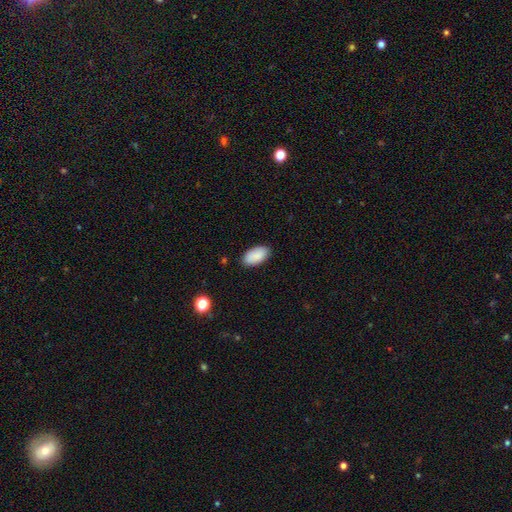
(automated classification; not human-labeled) Smooth or featured? smooth (89%)
How rounded? in between (95%)
Merging? none (86%)